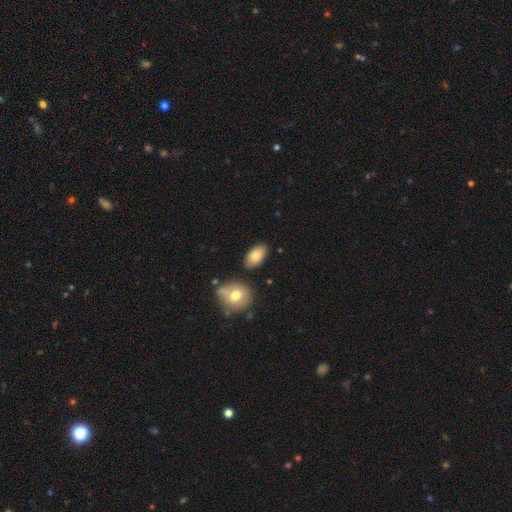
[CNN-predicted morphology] Smooth or featured? Predicted: smooth (p=0.81). How rounded? Predicted: in between (p=0.93). Merging? Predicted: none (p=0.82).